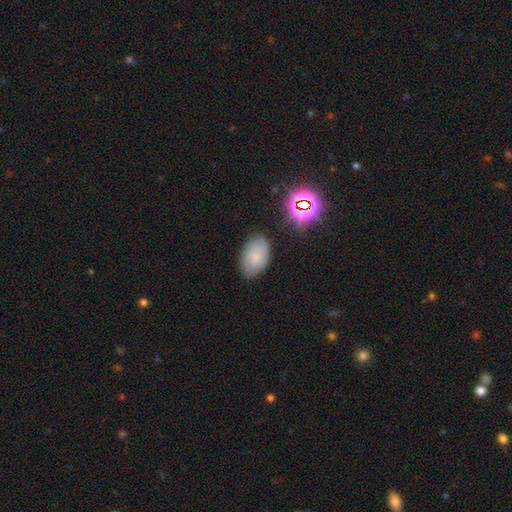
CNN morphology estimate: The model was most divided on "smooth or featured": smooth: 63%, featured or disk: 22%, star or artifact: 14%. More confident: how rounded — in between (89%); merging — none (79%).